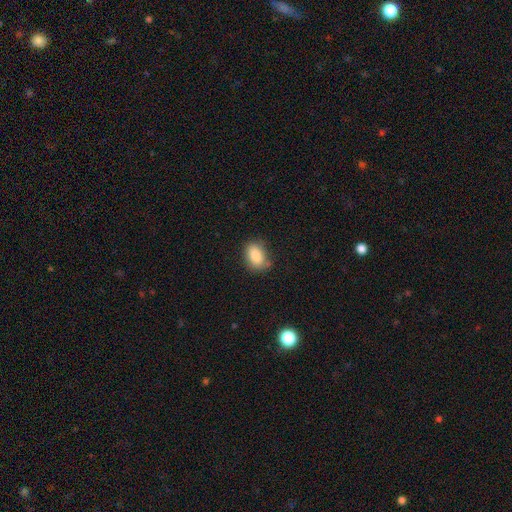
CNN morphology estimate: Smooth or featured? smooth (86%)
How rounded? in between (85%)
Merging? none (70%)